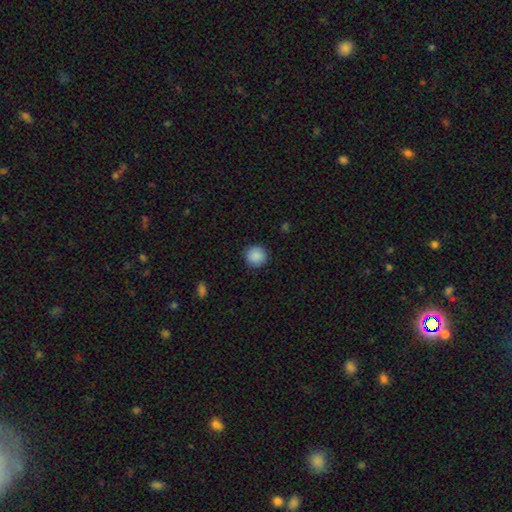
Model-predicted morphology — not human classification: A smooth galaxy with no disk features (90%) that is round (94%). Merging: none (91%).